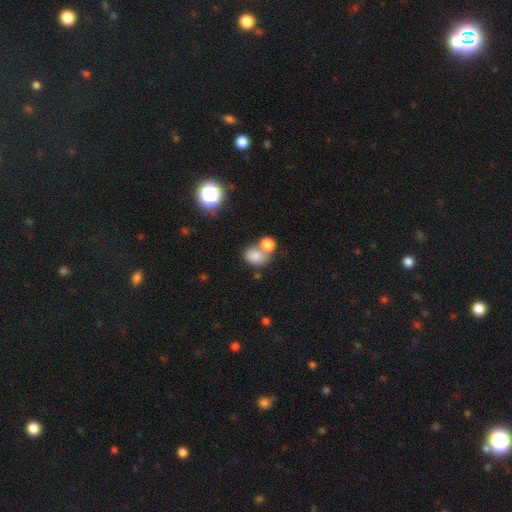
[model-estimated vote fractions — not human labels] Smooth or featured? Predicted: smooth (p=0.80). How rounded? Predicted: round (p=0.52). Merging? Predicted: merger (p=0.43).